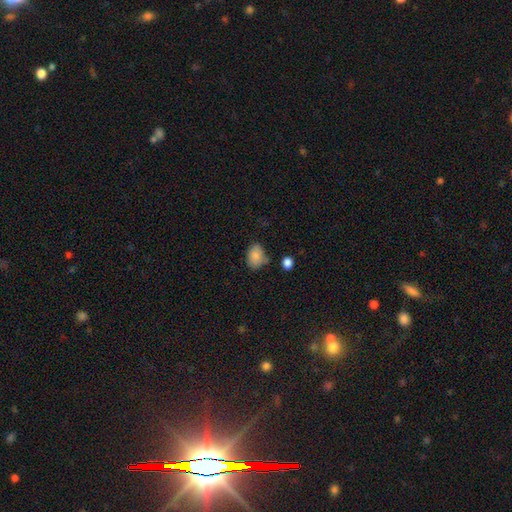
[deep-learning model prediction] The model was most divided on "merging": none: 61%, minor disturbance: 26%, merger: 7%, major disturbance: 6%. More confident: smooth or featured — smooth (85%); how rounded — in between (76%).